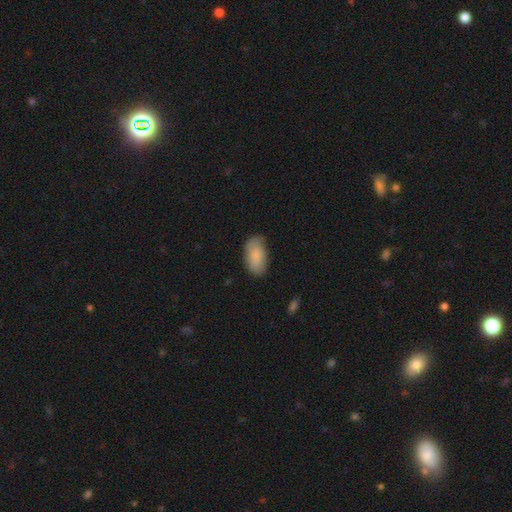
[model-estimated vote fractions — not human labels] smooth_or_featured: smooth (p=0.85) [alt: featured or disk p=0.09]
how_rounded: in between (p=0.94) [alt: round p=0.03]
merging: none (p=0.74) [alt: minor disturbance p=0.20]